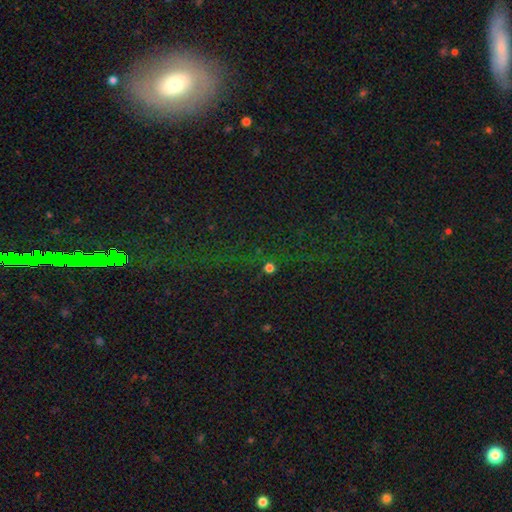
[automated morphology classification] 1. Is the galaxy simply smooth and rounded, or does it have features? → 54% star or artifact, 26% smooth, 19% featured or disk.